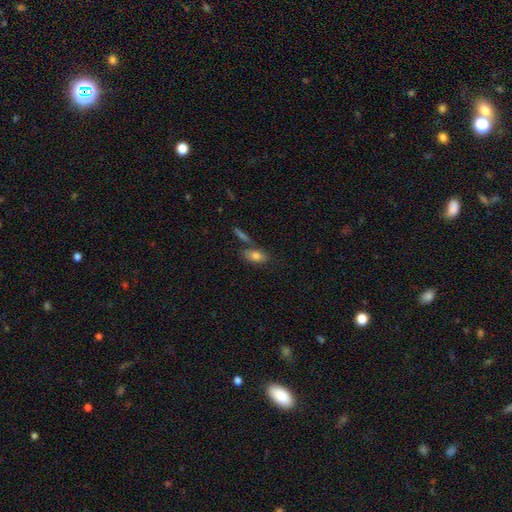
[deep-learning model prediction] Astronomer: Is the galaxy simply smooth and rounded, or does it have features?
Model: smooth — 78%.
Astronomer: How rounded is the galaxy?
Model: in between — 85%.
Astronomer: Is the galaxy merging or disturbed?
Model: none — 63%.